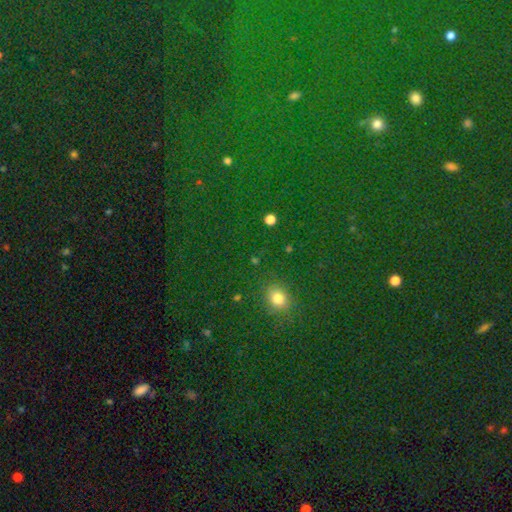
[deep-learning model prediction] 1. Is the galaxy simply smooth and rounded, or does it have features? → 62% star or artifact, 30% smooth, 8% featured or disk.